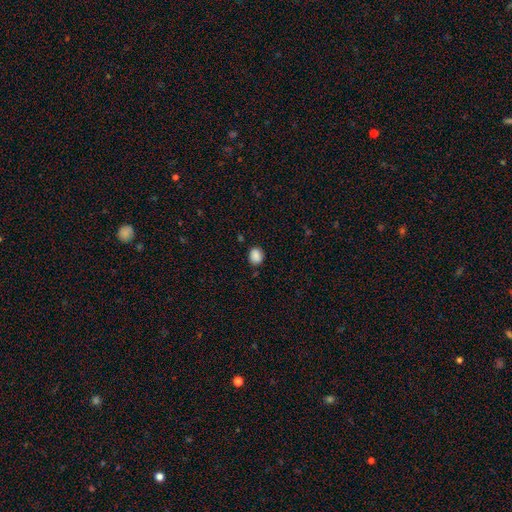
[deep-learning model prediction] Overall: smooth (88%). How rounded: round (58%; in between 41%). Merging: none (84%).